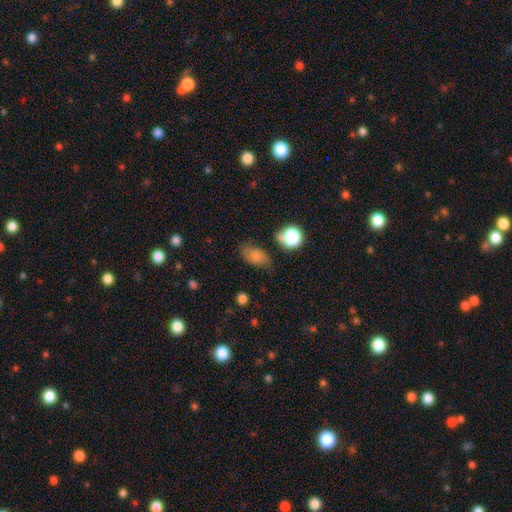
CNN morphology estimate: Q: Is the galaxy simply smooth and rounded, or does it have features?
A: smooth — 75%.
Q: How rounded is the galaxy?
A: in between — 85%.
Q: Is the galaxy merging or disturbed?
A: none — 62%.